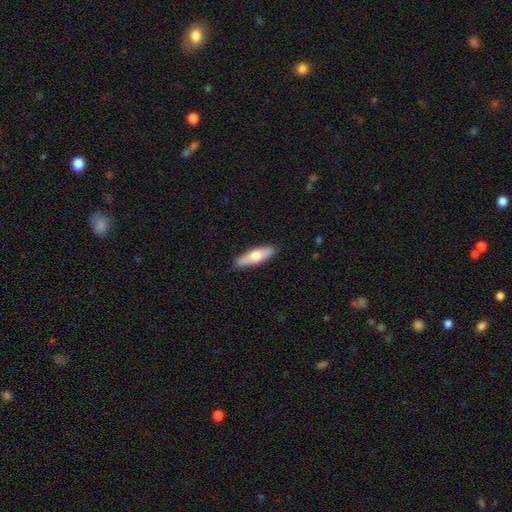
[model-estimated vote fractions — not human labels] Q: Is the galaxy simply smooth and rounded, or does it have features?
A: smooth — 65%.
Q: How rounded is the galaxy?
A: in between — 52%.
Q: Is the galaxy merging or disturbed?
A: none — 88%.